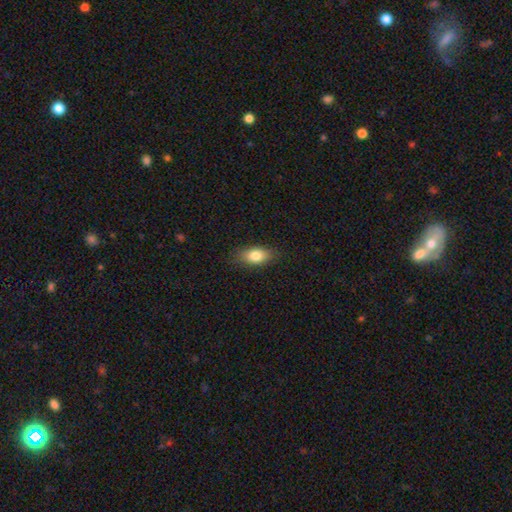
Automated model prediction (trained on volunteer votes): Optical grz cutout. It shows a smooth galaxy with no disk features (81%) that is in between round and cigar-shaped (86%). Merging: none (84%).